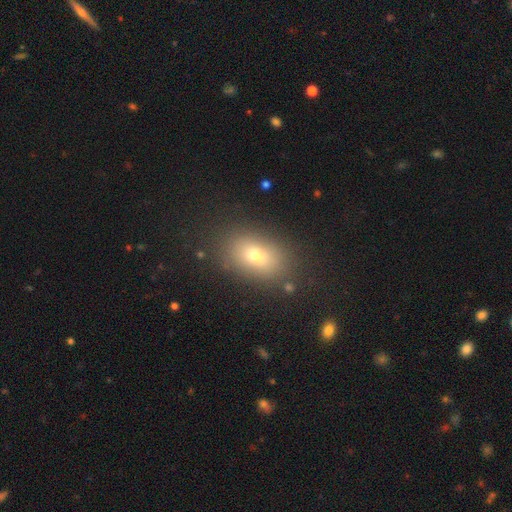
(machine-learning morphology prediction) Q: Smooth or featured?
A: smooth (71%); runner-up: star or artifact (15%)
Q: How rounded?
A: in between (79%); runner-up: round (19%)
Q: Merging?
A: none (82%); runner-up: minor disturbance (10%)